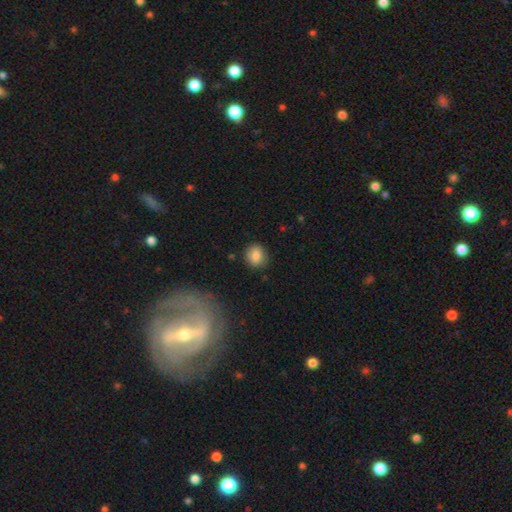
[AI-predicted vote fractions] Q: Smooth or featured?
A: smooth (84%); runner-up: star or artifact (9%)
Q: How rounded?
A: round (80%); runner-up: in between (19%)
Q: Merging?
A: none (86%); runner-up: minor disturbance (10%)